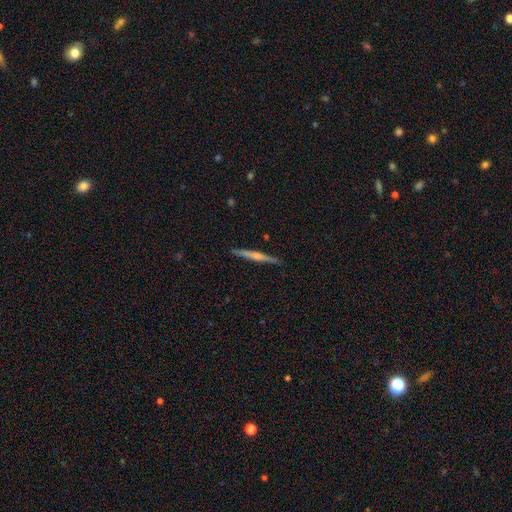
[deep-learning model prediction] A featured or disk galaxy (59%) viewed edge-on (98%) with a rounded central bulge (63%). Merging: none (89%).